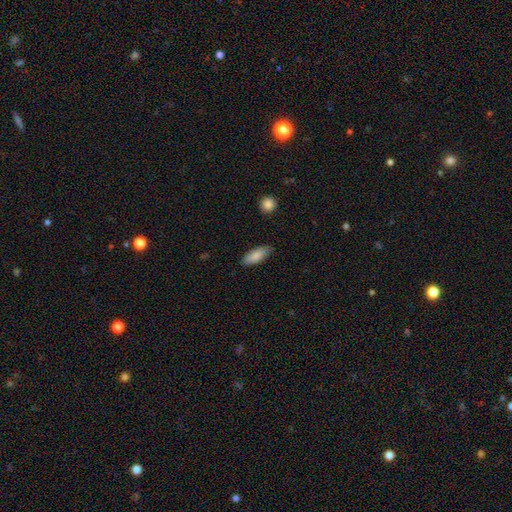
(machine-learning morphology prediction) smooth-or-featured: smooth: 87% | featured or disk: 7% | star or artifact: 6%
  how-rounded: in between: 73% | cigar-shaped: 25% | round: 2%
  merging: none: 83% | minor disturbance: 14% | major disturbance: 2% | merger: 1%